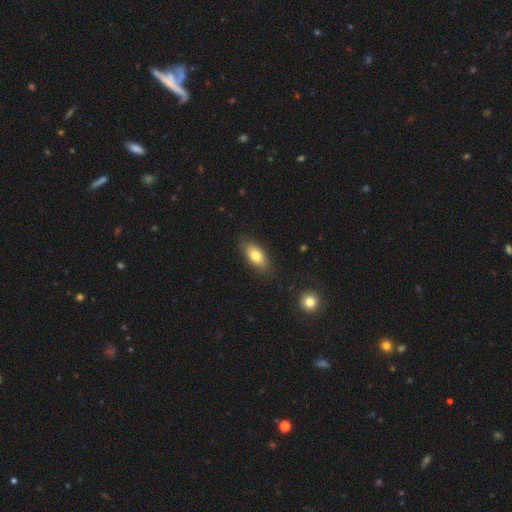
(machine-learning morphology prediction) A smooth galaxy with no disk features (79%) that is in between round and cigar-shaped (87%). Merging: none (83%).